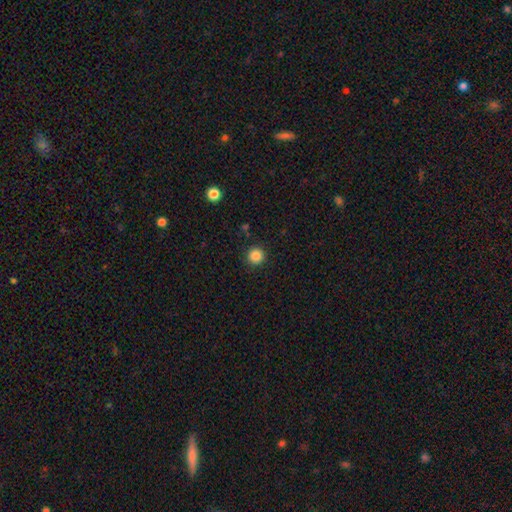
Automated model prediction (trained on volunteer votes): smooth_or_featured: smooth (p=0.86) [alt: star or artifact p=0.11]
how_rounded: round (p=0.95) [alt: in between p=0.04]
merging: none (p=0.91) [alt: minor disturbance p=0.06]